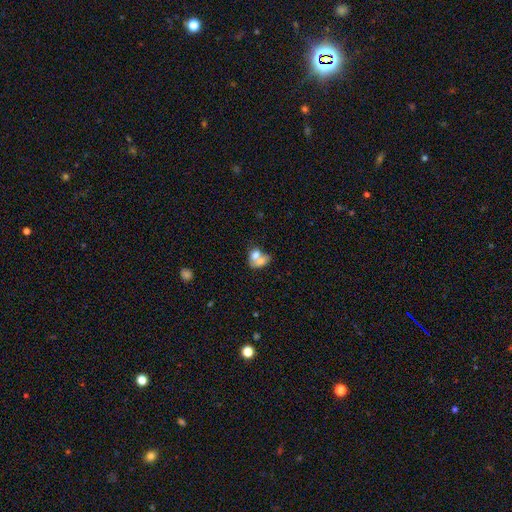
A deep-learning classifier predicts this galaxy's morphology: smooth_or_featured: smooth (p=0.67) [alt: featured or disk p=0.24]
how_rounded: in between (p=0.66) [alt: round p=0.32]
merging: merger (p=0.66) [alt: none p=0.18]